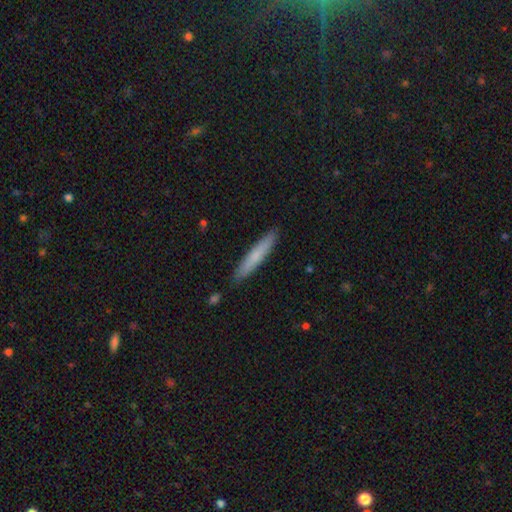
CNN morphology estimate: The model was most divided on "smooth or featured": smooth: 70%, featured or disk: 24%, star or artifact: 6%. More confident: how rounded — cigar-shaped (94%); merging — none (89%).